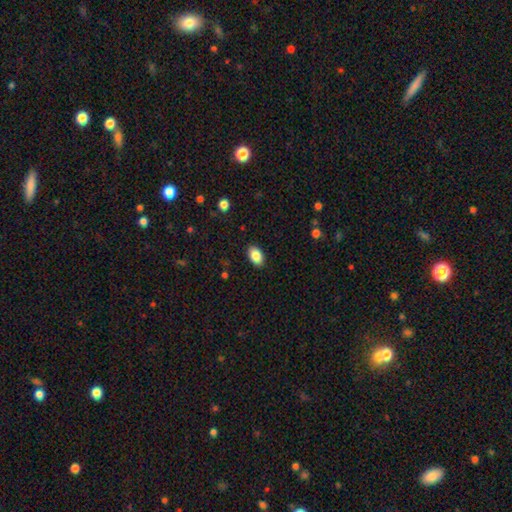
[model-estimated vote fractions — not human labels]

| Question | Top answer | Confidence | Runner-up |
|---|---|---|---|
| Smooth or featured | smooth | 86% | star or artifact (8%) |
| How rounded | in between | 91% | round (8%) |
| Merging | none | 89% | minor disturbance (8%) |